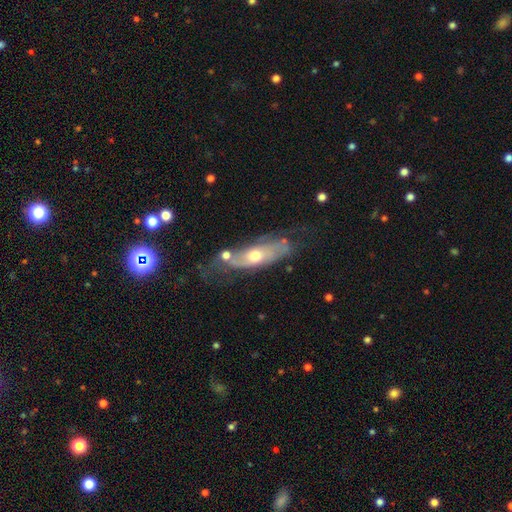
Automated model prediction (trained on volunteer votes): Smooth or featured?
  - featured or disk: 65% *
  - smooth: 27%
  - star or artifact: 8%
Edge-on disk?
  - no: 72% *
  - yes: 28%
Merging?
  - none: 48% *
  - minor disturbance: 26%
  - major disturbance: 18%
  - merger: 8%